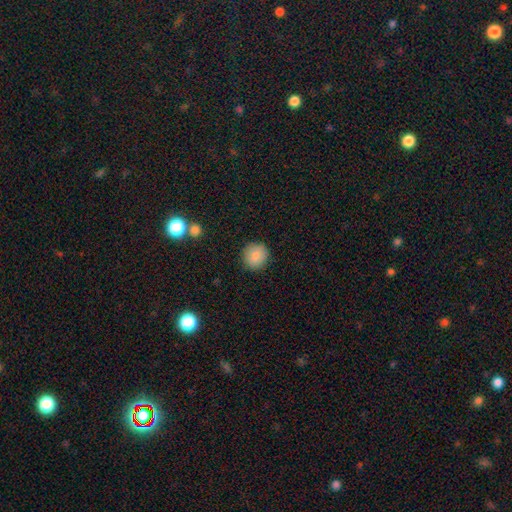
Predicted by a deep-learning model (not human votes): smooth 86%, star or artifact 8%, featured or disk 6%. Down the decision tree: how rounded — round (91%); merging — none (90%).